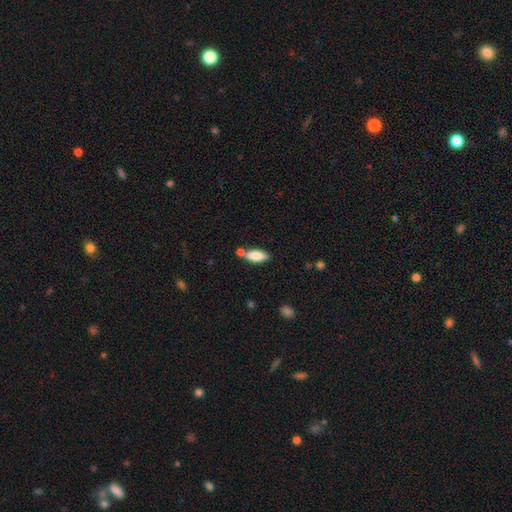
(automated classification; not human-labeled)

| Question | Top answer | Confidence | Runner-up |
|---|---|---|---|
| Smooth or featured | smooth | 82% | featured or disk (12%) |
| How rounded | in between | 65% | cigar-shaped (32%) |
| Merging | none | 64% | merger (18%) |